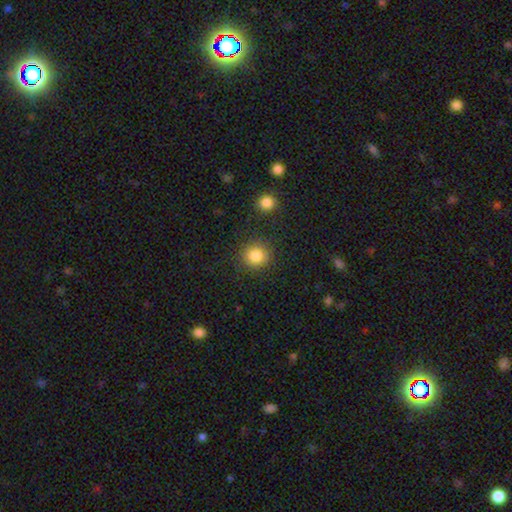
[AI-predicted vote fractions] The model was most divided on "smooth or featured": smooth: 85%, star or artifact: 10%, featured or disk: 5%. More confident: how rounded — round (90%); merging — none (87%).